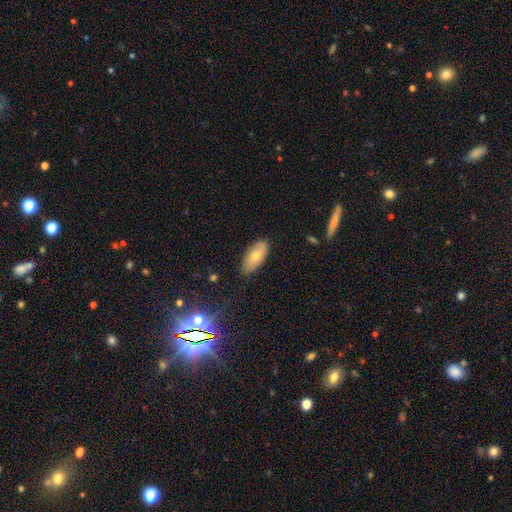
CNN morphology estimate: smooth-or-featured: smooth: 72% | featured or disk: 21% | star or artifact: 7%
  how-rounded: in between: 89% | cigar-shaped: 8% | round: 3%
  merging: none: 82% | minor disturbance: 14% | major disturbance: 3% | merger: 1%